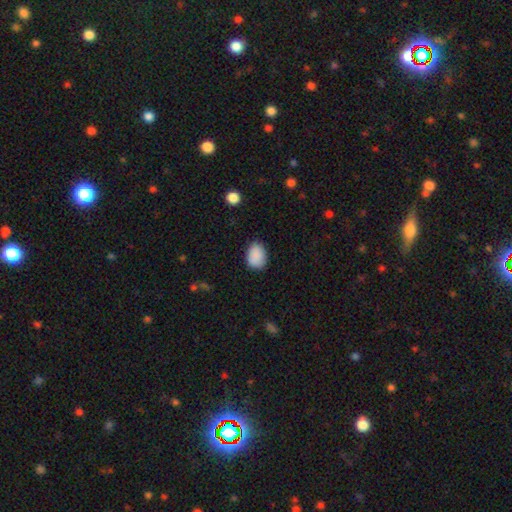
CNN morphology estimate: smooth_or_featured: smooth (p=0.89) [alt: star or artifact p=0.08]
how_rounded: in between (p=0.78) [alt: round p=0.21]
merging: none (p=0.77) [alt: minor disturbance p=0.18]